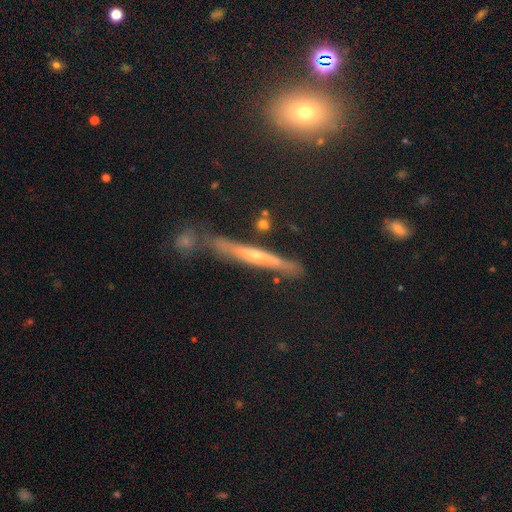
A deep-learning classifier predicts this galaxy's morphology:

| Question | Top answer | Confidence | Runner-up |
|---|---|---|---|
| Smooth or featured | featured or disk | 54% | smooth (30%) |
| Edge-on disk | yes | 88% | no (12%) |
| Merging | none | 75% | minor disturbance (15%) |